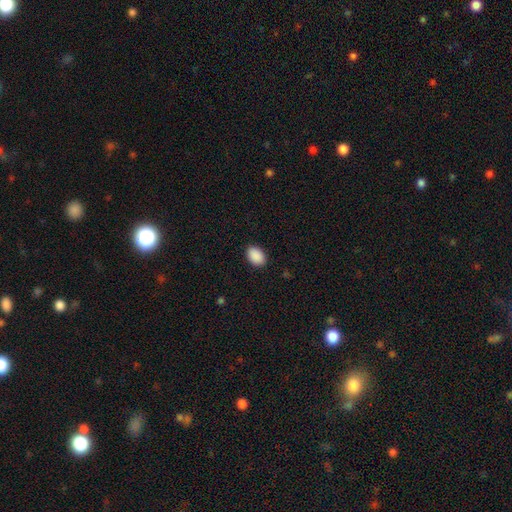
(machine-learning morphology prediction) Smooth or featured: smooth — 91% (star or artifact — 7%)
How rounded: in between — 85% (round — 14%)
Merging: none — 89% (minor disturbance — 8%)